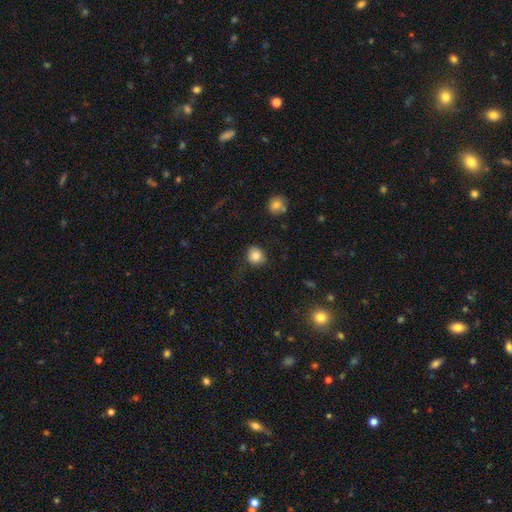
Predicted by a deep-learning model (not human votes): Morphology: type=smooth (82%); roundness=round (81%); merging=none (77%).